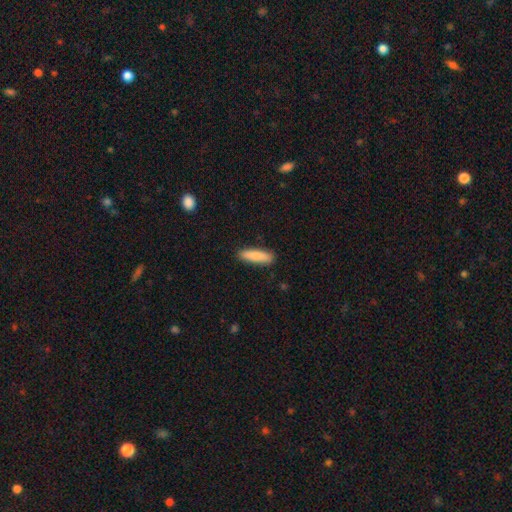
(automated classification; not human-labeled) smooth_or_featured: smooth (p=0.87) [alt: featured or disk p=0.08]
how_rounded: cigar-shaped (p=0.70) [alt: in between p=0.29]
merging: none (p=0.88) [alt: minor disturbance p=0.09]